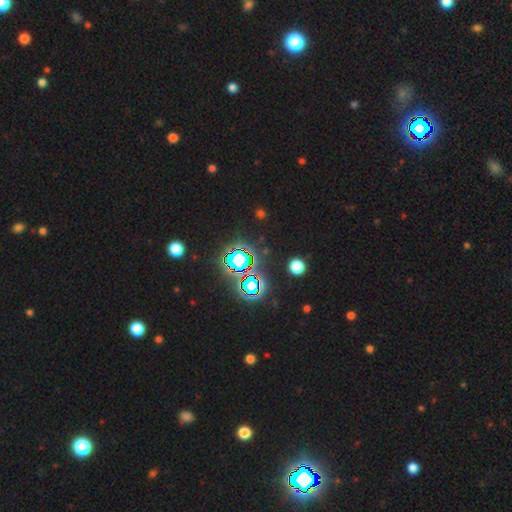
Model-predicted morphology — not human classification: Smooth or featured? Predicted: star or artifact (p=0.79).